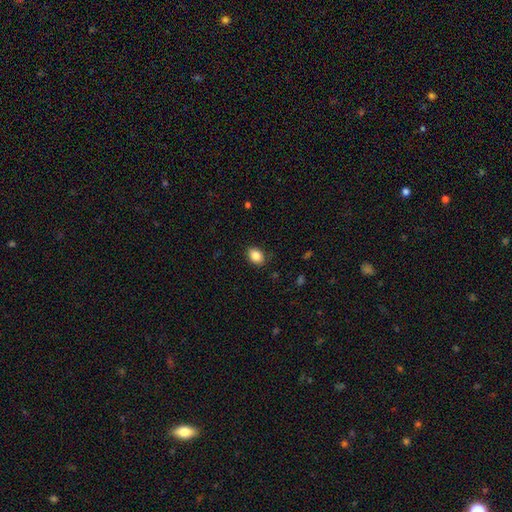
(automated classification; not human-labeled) A smooth galaxy with no disk features (86%) that is in between round and cigar-shaped (73%).

Vote fractions:
- Smooth or featured? smooth: 86% / star or artifact: 9% / featured or disk: 5%
- How rounded? in between: 73% / round: 26% / cigar-shaped: 1%
- Merging? none: 85% / minor disturbance: 11% / major disturbance: 3% / merger: 1%